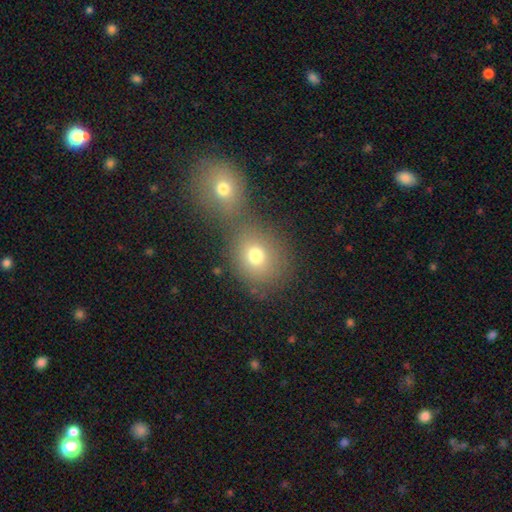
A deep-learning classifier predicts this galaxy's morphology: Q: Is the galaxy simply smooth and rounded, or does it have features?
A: smooth — 73%.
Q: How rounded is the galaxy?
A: round — 64%.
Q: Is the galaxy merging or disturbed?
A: none — 51%.